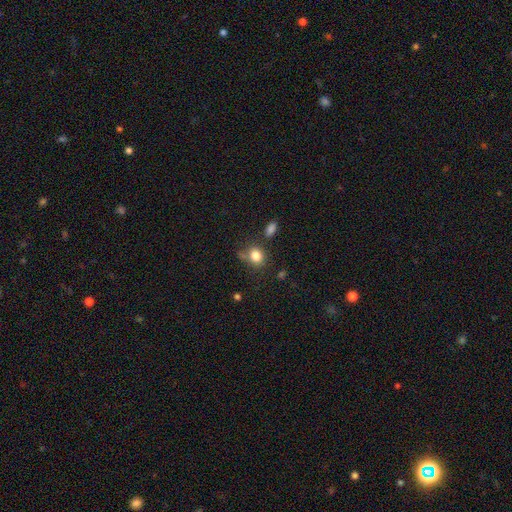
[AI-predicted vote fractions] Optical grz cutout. It shows a smooth galaxy with no disk features (82%) that is round (60%). Merging: none (64%).